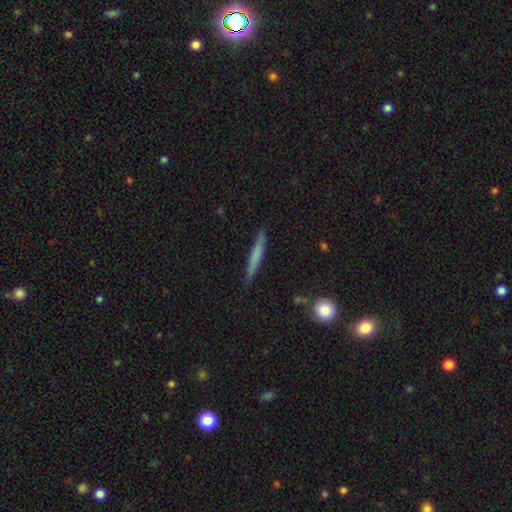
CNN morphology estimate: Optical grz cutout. It shows a smooth galaxy with no disk features (64%) that is cigar-shaped (95%). Merging: none (86%).